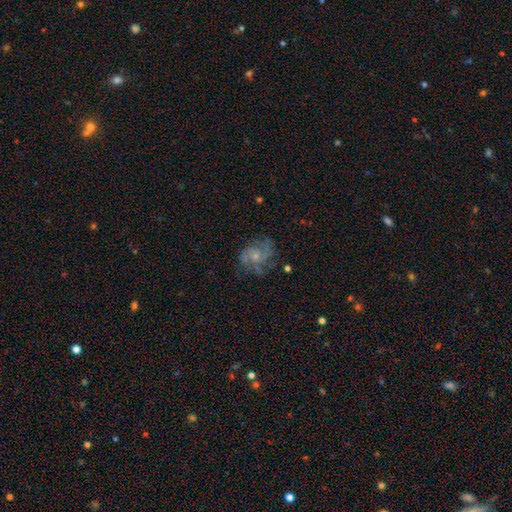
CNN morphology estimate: smooth-or-featured: featured or disk: 69% | smooth: 21% | star or artifact: 10%
  disk-edge-on: no: 98% | yes: 2%
    bar: no: 80% | weak: 18% | strong: 2%
    has-spiral-arms: yes: 87% | no: 13%
      spiral-winding: medium: 45% | tight: 31% | loose: 23%
      spiral-arm-count: 3: 29% | can't tell: 27% | 2: 20% | 4: 13% | 1: 6% | more than 4: 6%
    bulge-size: small: 64% | moderate: 28% | none: 5% | large: 2% | dominant: 1%
  merging: none: 61% | minor disturbance: 22% | major disturbance: 15% | merger: 2%